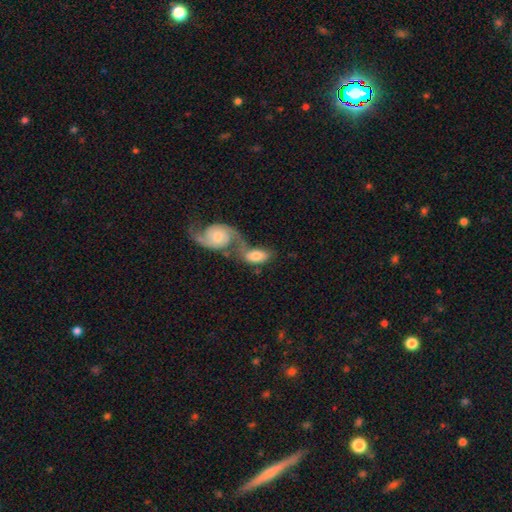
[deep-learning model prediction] This is possibly a smooth galaxy (60%). How rounded: clearly in between (92%). Merging: likely merger (61%).